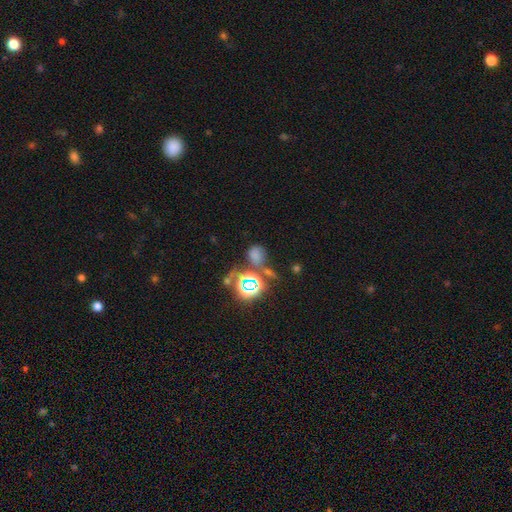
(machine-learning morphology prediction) This is possibly a smooth galaxy (55%). How rounded: possibly round (59%). Merging: possibly none (53%).